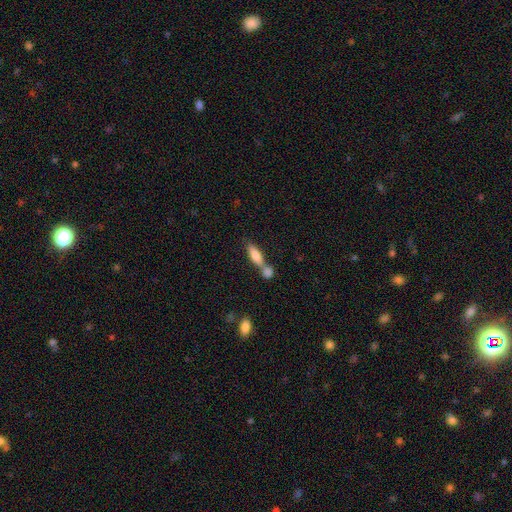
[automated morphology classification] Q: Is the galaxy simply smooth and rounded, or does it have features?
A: smooth — 76%.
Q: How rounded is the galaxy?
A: in between — 53%.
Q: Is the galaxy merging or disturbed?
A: merger — 53%.